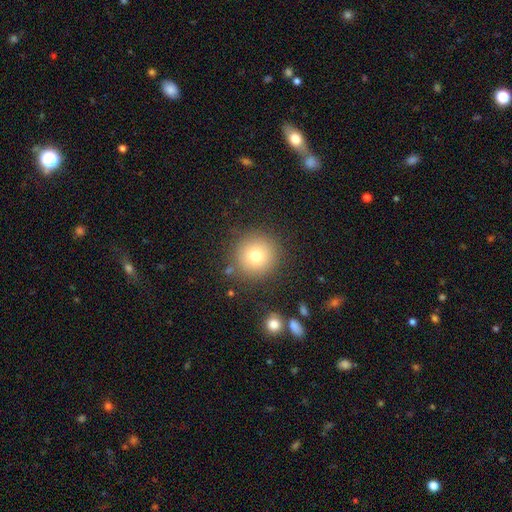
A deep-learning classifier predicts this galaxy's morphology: Smooth or featured? smooth (76%)
How rounded? round (95%)
Merging? none (87%)